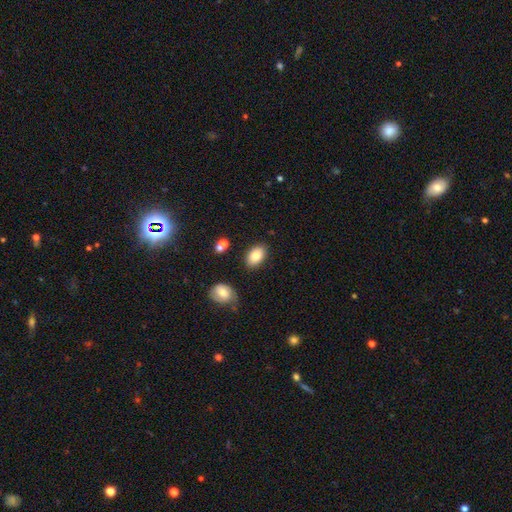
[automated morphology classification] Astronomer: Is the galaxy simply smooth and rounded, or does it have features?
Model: smooth — 83%.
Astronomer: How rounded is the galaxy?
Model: in between — 90%.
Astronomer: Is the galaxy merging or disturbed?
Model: none — 83%.